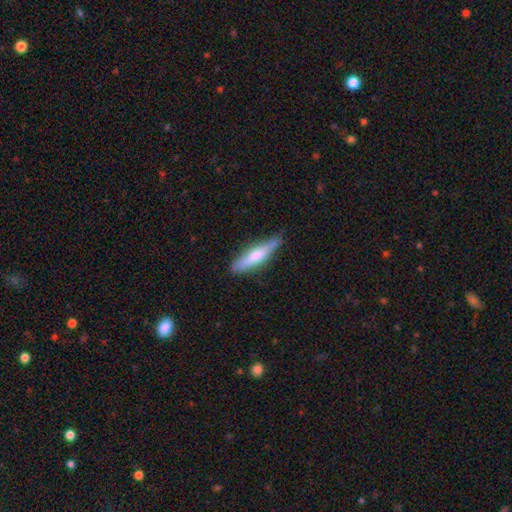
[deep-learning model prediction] smooth-or-featured: smooth: 59% | featured or disk: 35% | star or artifact: 6%
  how-rounded: cigar-shaped: 83% | in between: 16% | round: 2%
  merging: none: 80% | minor disturbance: 16% | major disturbance: 3% | merger: 1%